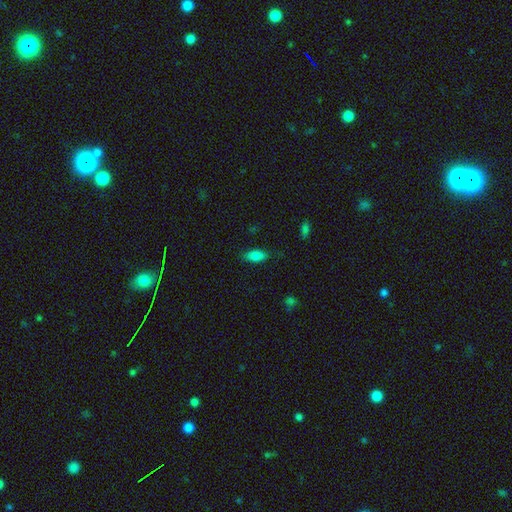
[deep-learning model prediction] Smooth or featured?
  - smooth: 81% *
  - featured or disk: 10%
  - star or artifact: 9%
How rounded?
  - in between: 84% *
  - cigar-shaped: 13%
  - round: 3%
Merging?
  - none: 82% *
  - minor disturbance: 13%
  - major disturbance: 3%
  - merger: 1%